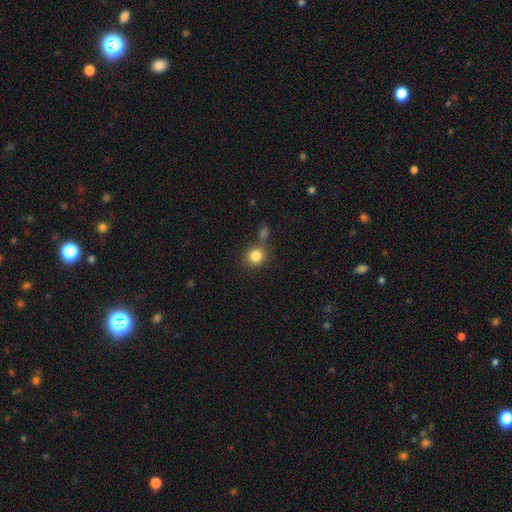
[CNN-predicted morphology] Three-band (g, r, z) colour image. It shows a smooth galaxy with no disk features (84%) that is round (84%). Merging: none (64%).